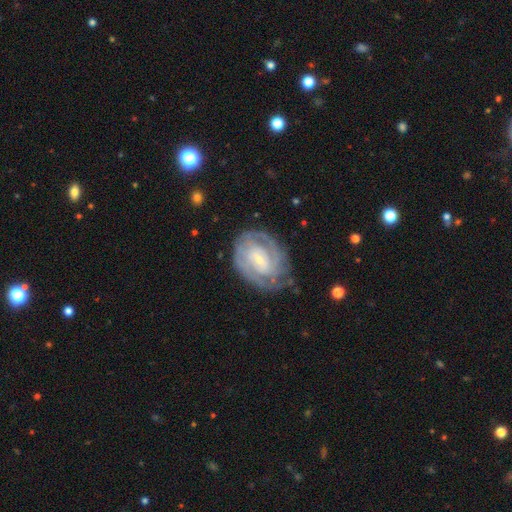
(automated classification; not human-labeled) This appears to be a featured or disk galaxy (79%) with a weak bar (44%), 2 (39%) tight (69%) spiral arms (92%) and a small central bulge (63%). Merging: none (72%).